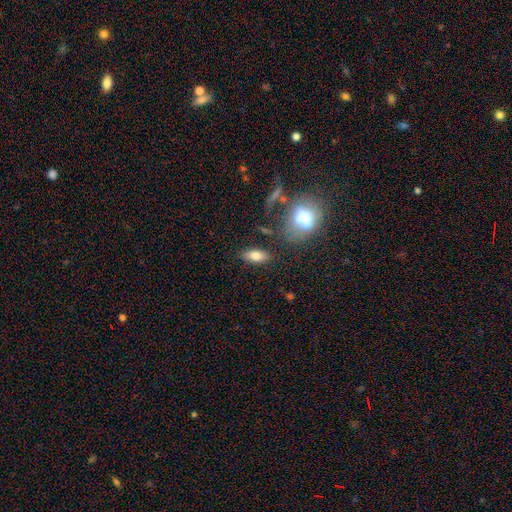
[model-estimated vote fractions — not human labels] This is likely a smooth galaxy (73%). How rounded: likely in between (80%). Merging: clearly none (82%).